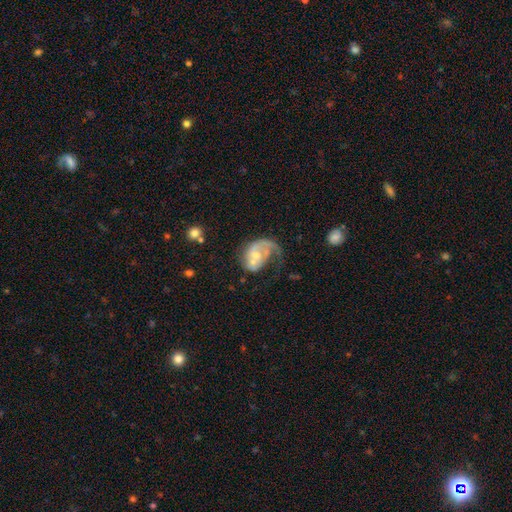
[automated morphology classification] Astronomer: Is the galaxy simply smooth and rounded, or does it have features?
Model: featured or disk — 70%.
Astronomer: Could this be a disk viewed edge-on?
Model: no — 98%.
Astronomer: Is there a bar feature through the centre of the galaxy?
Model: no — 68%.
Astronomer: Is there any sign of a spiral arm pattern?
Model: yes — 78%.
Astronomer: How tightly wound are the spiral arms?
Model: loose — 50% (runner-up: medium, 33%).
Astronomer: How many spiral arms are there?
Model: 1 — 69%.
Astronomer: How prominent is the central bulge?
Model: moderate — 44%, tied with small at 44%.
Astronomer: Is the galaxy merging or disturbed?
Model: major disturbance — 41% (runner-up: none, 25%).